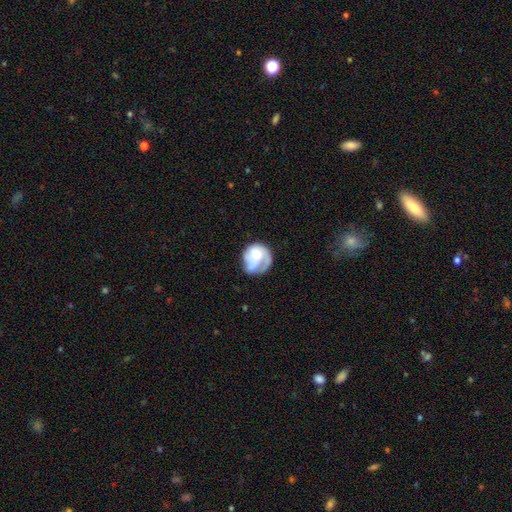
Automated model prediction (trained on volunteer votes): Overall: featured or disk (48%; smooth 44%). Merging: none (44%; minor disturbance 26%).